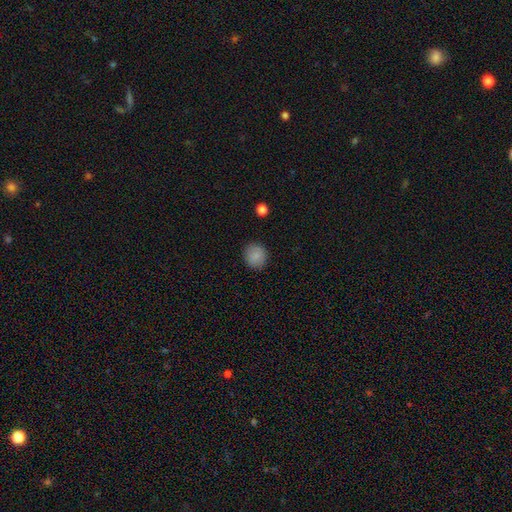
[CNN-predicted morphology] smooth_or_featured: smooth (p=0.86) [alt: star or artifact p=0.09]
how_rounded: round (p=0.89) [alt: in between p=0.11]
merging: none (p=0.90) [alt: minor disturbance p=0.07]